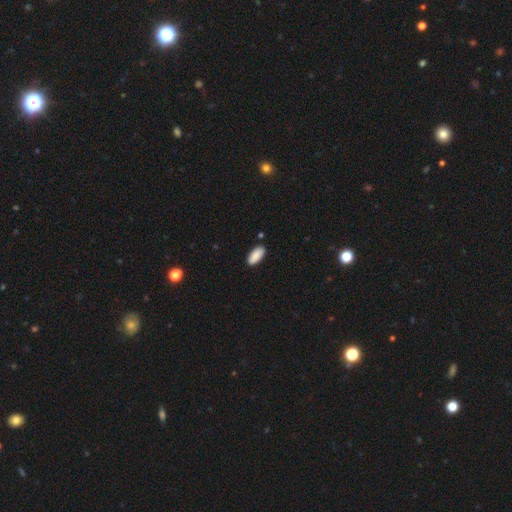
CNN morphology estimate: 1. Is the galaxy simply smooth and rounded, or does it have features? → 90% smooth, 6% star or artifact, 4% featured or disk.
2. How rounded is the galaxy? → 88% in between, 10% cigar-shaped, 2% round.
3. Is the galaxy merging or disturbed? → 87% none, 9% minor disturbance, 2% major disturbance, 2% merger.